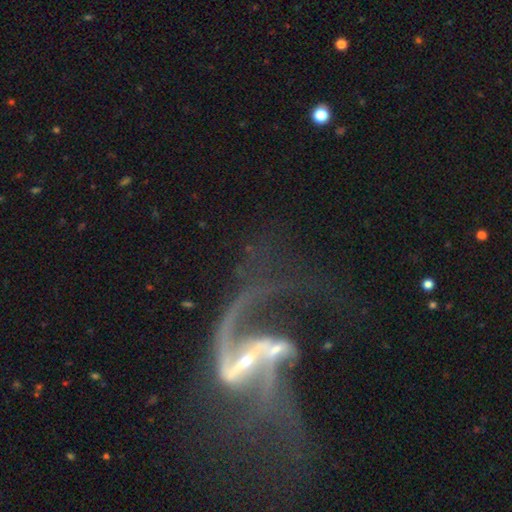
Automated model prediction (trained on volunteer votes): featured or disk 87%, star or artifact 8%, smooth 5%. Down the decision tree: edge-on disk — no (95%); bar — strong (45%); spiral arms — yes (90%); spiral arm count — 2 (75%); spiral winding — loose (76%); bulge size — small (71%); merging — major disturbance (33%).